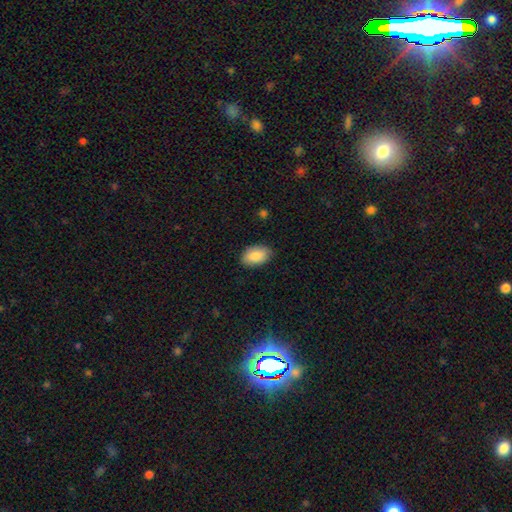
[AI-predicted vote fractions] A smooth galaxy with no disk features (87%) that is in between round and cigar-shaped (93%). Merging: none (84%).